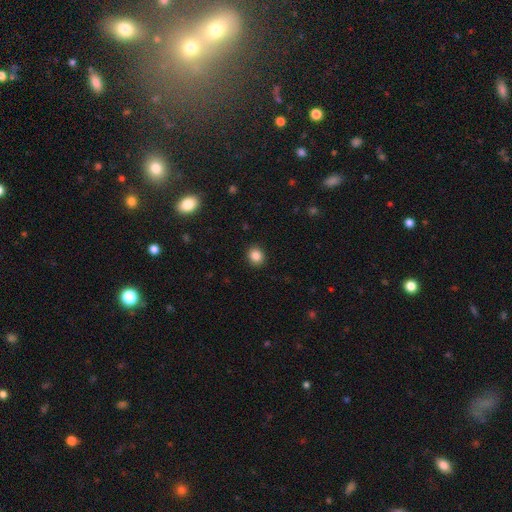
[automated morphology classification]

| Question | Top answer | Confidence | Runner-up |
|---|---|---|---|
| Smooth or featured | smooth | 86% | star or artifact (10%) |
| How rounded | round | 77% | in between (22%) |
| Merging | none | 91% | minor disturbance (6%) |